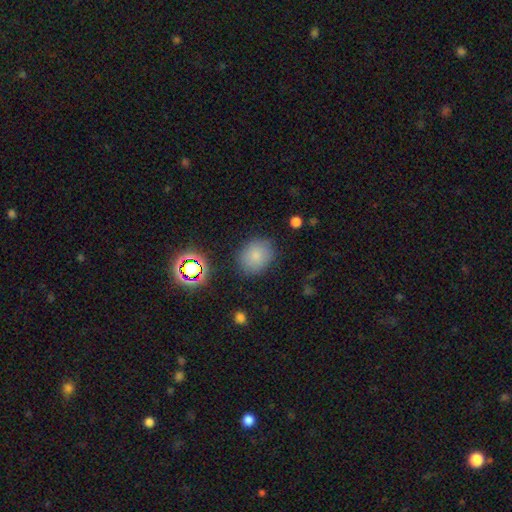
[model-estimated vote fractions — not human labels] smooth_or_featured: smooth (p=0.79) [alt: star or artifact p=0.13]
how_rounded: round (p=0.60) [alt: in between p=0.40]
merging: none (p=0.83) [alt: minor disturbance p=0.12]